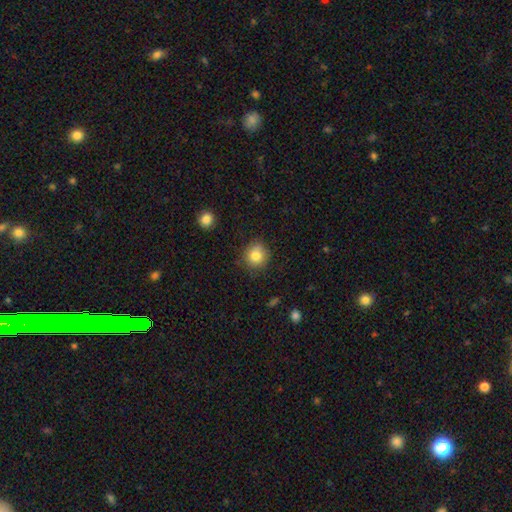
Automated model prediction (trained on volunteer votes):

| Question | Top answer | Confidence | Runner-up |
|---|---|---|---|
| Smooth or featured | smooth | 82% | star or artifact (10%) |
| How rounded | round | 88% | in between (11%) |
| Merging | none | 85% | minor disturbance (11%) |